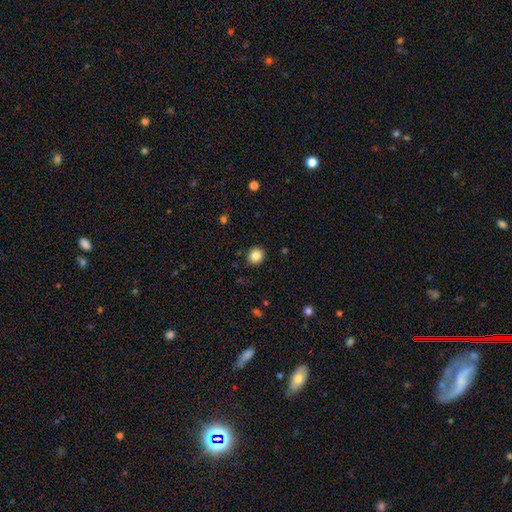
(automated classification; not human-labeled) Smooth or featured?
  - smooth: 85% *
  - star or artifact: 10%
  - featured or disk: 5%
How rounded?
  - round: 88% *
  - in between: 11%
  - cigar-shaped: 1%
Merging?
  - none: 90% *
  - minor disturbance: 7%
  - major disturbance: 2%
  - merger: 1%